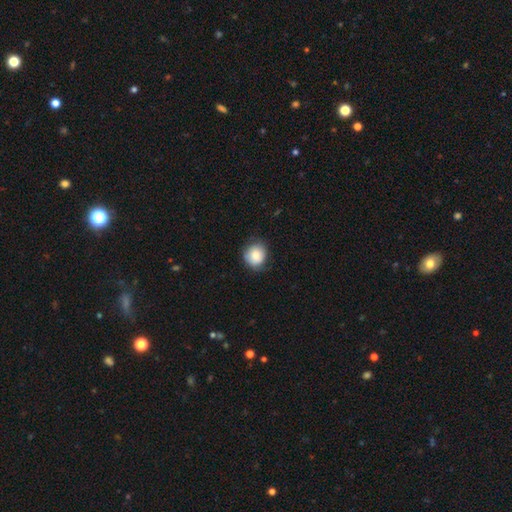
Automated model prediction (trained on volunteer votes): A smooth galaxy with no disk features (82%) that is round (80%).

Vote fractions:
- Smooth or featured? smooth: 82% / featured or disk: 10% / star or artifact: 8%
- How rounded? round: 80% / in between: 19% / cigar-shaped: 1%
- Merging? none: 73% / minor disturbance: 22% / major disturbance: 4% / merger: 1%